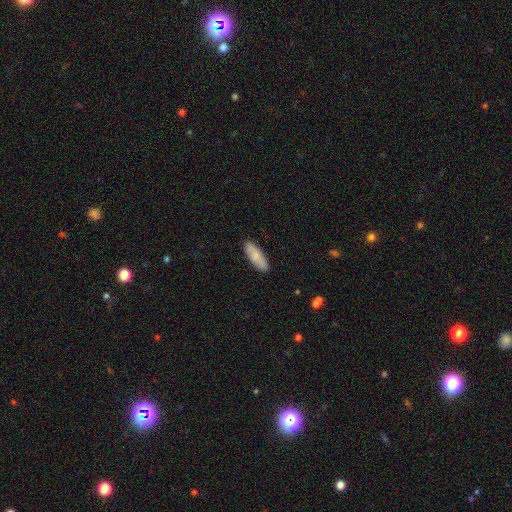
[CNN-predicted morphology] smooth 78%, featured or disk 17%, star or artifact 6%. Down the decision tree: how rounded — in between (56%); merging — none (88%).